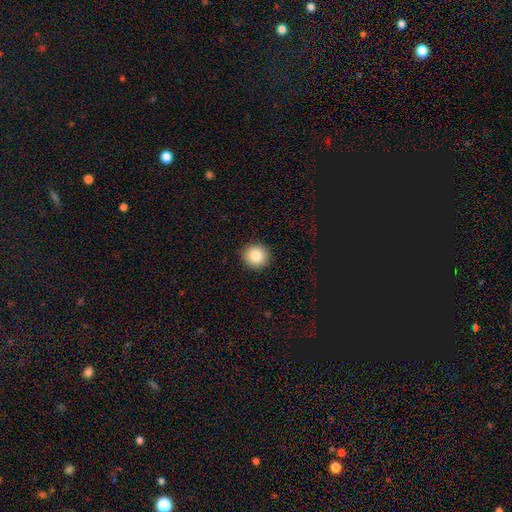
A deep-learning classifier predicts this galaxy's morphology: Smooth or featured?
  - smooth: 85% *
  - star or artifact: 9%
  - featured or disk: 6%
How rounded?
  - round: 93% *
  - in between: 6%
  - cigar-shaped: 1%
Merging?
  - none: 93% *
  - minor disturbance: 5%
  - major disturbance: 2%
  - merger: 1%